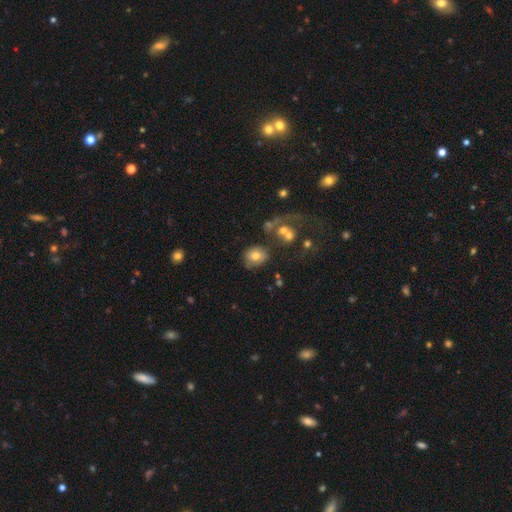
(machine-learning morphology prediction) smooth 69%, featured or disk 21%, star or artifact 10%. Down the decision tree: how rounded — round (59%); merging — none (59%).